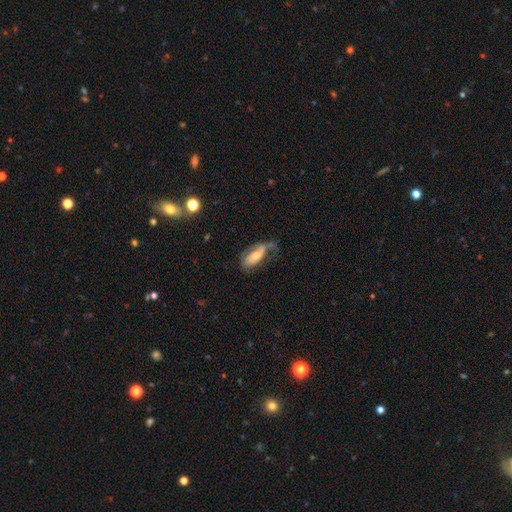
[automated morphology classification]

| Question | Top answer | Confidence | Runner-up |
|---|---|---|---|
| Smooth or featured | smooth | 59% | featured or disk (34%) |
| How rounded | in between | 82% | cigar-shaped (15%) |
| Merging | major disturbance | 38% | minor disturbance (29%) |